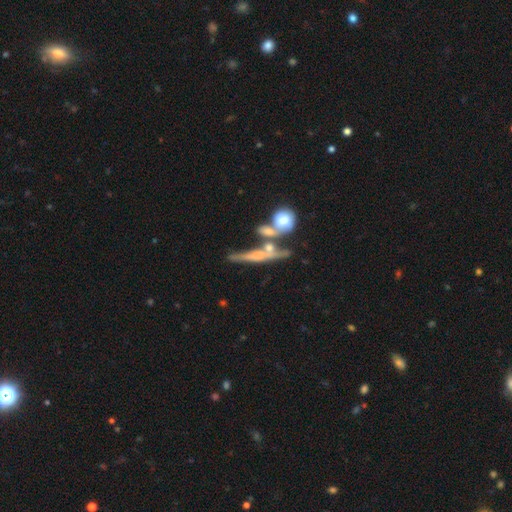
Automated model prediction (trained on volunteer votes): Smooth or featured?
  - featured or disk: 56% *
  - smooth: 36%
  - star or artifact: 9%
Edge-on disk?
  - yes: 76% *
  - no: 24%
Merging?
  - none: 39% *
  - merger: 37%
  - minor disturbance: 15%
  - major disturbance: 9%